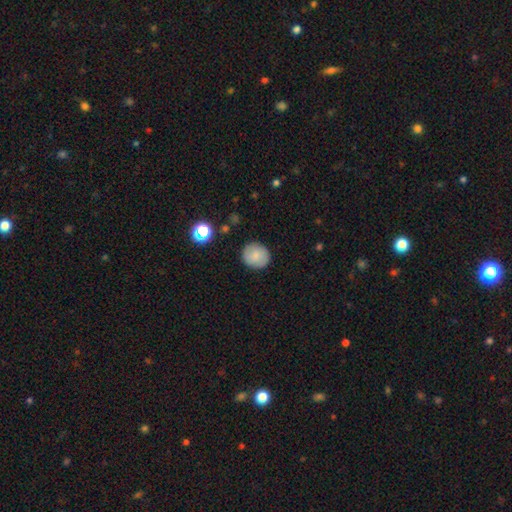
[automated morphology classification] smooth-or-featured: smooth: 81% | featured or disk: 10% | star or artifact: 9%
  how-rounded: round: 86% | in between: 13% | cigar-shaped: 1%
  merging: none: 88% | minor disturbance: 8% | major disturbance: 2% | merger: 1%